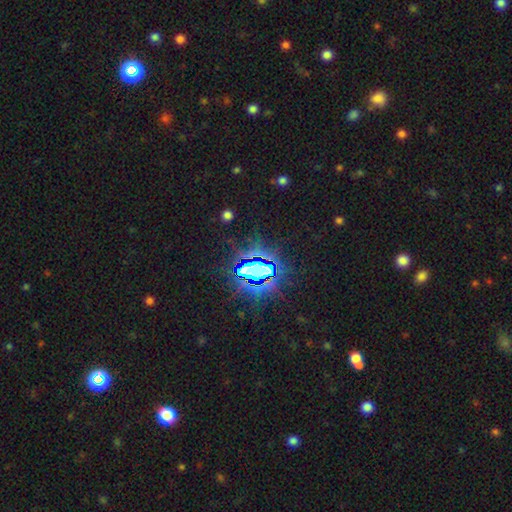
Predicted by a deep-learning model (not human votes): smooth_or_featured: star or artifact (p=0.82) [alt: smooth p=0.12]